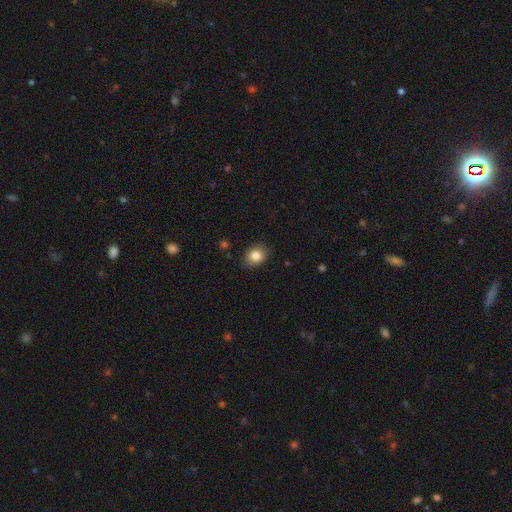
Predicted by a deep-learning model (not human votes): Smooth or featured?
  - smooth: 84% *
  - star or artifact: 9%
  - featured or disk: 7%
How rounded?
  - in between: 58% *
  - round: 41%
  - cigar-shaped: 1%
Merging?
  - none: 85% *
  - minor disturbance: 12%
  - major disturbance: 2%
  - merger: 1%